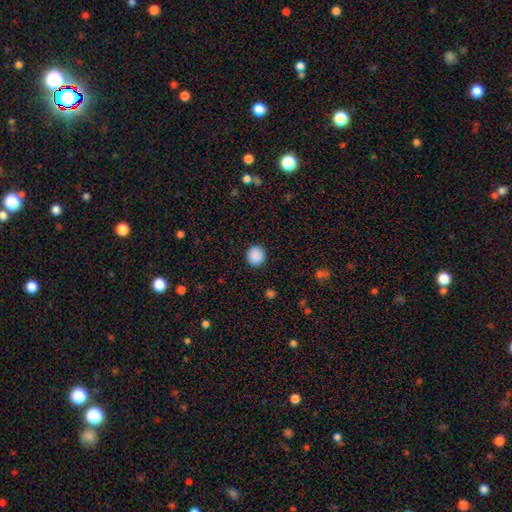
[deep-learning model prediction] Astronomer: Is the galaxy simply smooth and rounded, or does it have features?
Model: smooth — 89%.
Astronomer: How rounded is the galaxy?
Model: round — 93%.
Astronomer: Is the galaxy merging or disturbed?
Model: none — 91%.